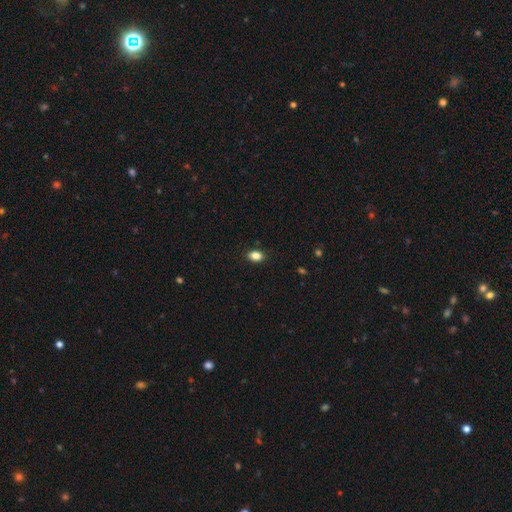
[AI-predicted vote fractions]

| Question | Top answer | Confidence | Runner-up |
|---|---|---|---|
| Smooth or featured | smooth | 86% | star or artifact (10%) |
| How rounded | in between | 81% | round (17%) |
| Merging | none | 88% | minor disturbance (9%) |